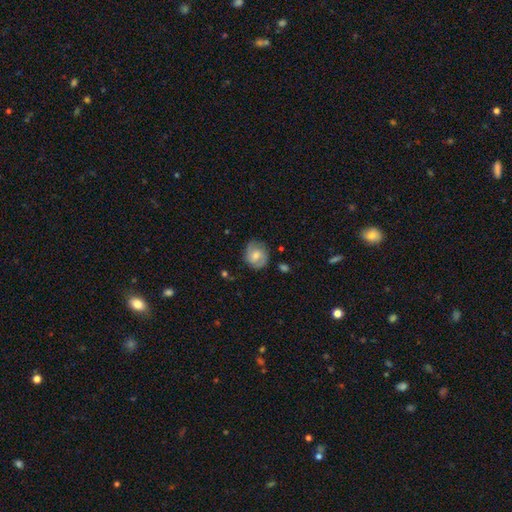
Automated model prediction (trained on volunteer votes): Q: Smooth or featured?
A: smooth (53%); runner-up: featured or disk (39%)
Q: How rounded?
A: round (77%); runner-up: in between (22%)
Q: Merging?
A: none (75%); runner-up: minor disturbance (19%)